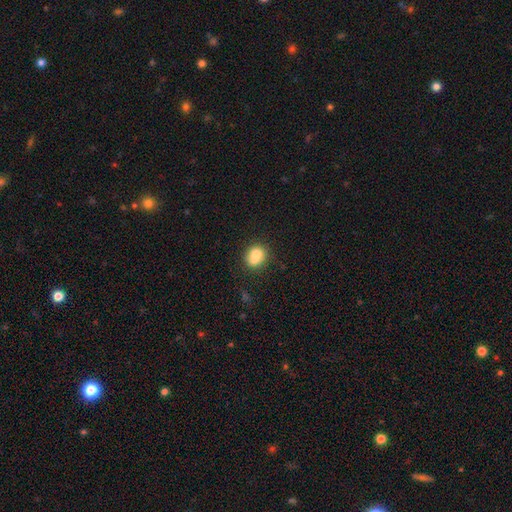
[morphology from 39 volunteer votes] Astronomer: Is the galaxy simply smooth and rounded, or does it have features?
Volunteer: smooth — 85%.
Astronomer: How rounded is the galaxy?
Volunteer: round — 67%.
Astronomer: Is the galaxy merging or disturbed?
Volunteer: none — 43% (runner-up: merger, 41%).